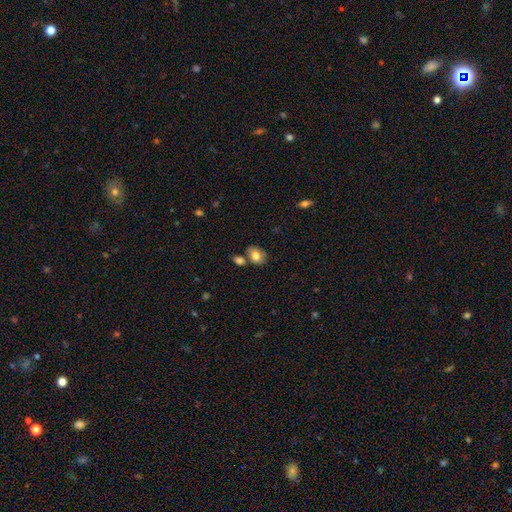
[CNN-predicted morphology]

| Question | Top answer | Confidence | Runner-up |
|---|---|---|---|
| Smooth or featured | smooth | 78% | featured or disk (14%) |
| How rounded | in between | 69% | round (30%) |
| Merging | none | 63% | merger (20%) |